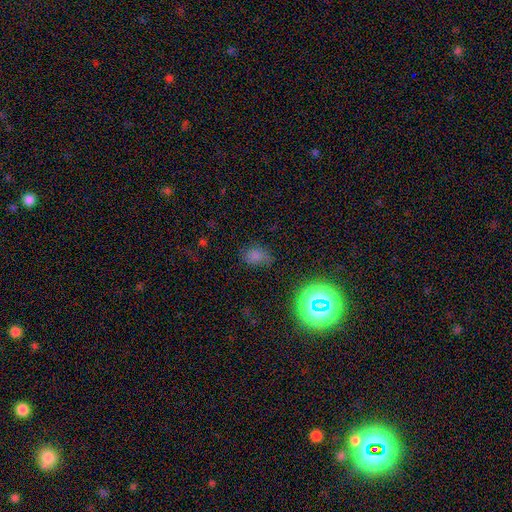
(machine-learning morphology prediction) smooth-or-featured: smooth: 67% | star or artifact: 26% | featured or disk: 7%
  how-rounded: in between: 78% | round: 21% | cigar-shaped: 2%
  merging: none: 69% | minor disturbance: 21% | major disturbance: 7% | merger: 3%